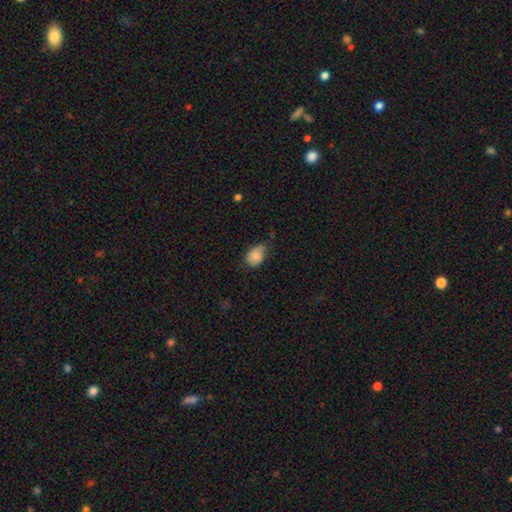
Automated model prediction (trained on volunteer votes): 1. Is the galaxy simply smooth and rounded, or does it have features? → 78% smooth, 14% featured or disk, 8% star or artifact.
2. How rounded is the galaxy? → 76% in between, 23% round, 1% cigar-shaped.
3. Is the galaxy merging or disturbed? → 45% none, 42% minor disturbance, 11% major disturbance, 2% merger.